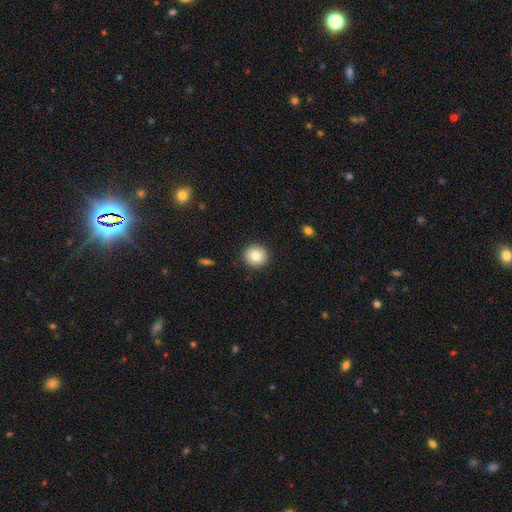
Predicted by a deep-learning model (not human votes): A smooth galaxy with no disk features (82%) that is round (92%). Merging: none (92%).